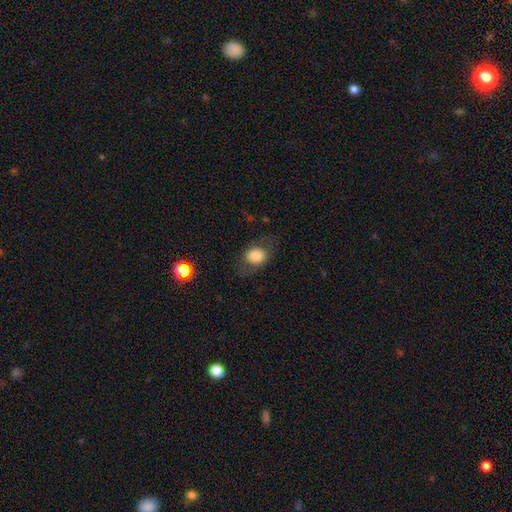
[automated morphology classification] smooth_or_featured: smooth (p=0.75) [alt: featured or disk p=0.17]
how_rounded: in between (p=0.52) [alt: round p=0.46]
merging: none (p=0.74) [alt: minor disturbance p=0.15]